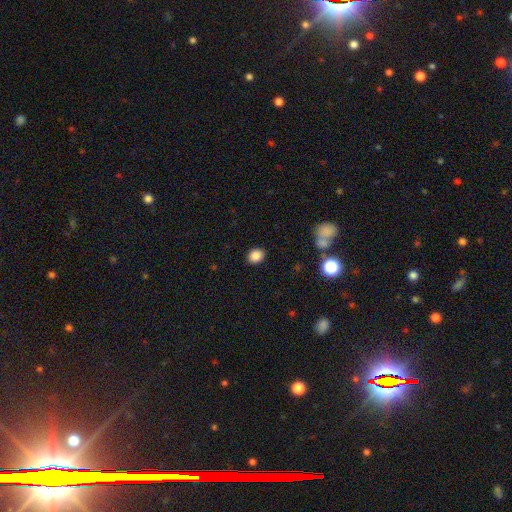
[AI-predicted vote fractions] Smooth or featured? Predicted: smooth (p=0.86). How rounded? Predicted: round (p=0.52). Merging? Predicted: none (p=0.89).